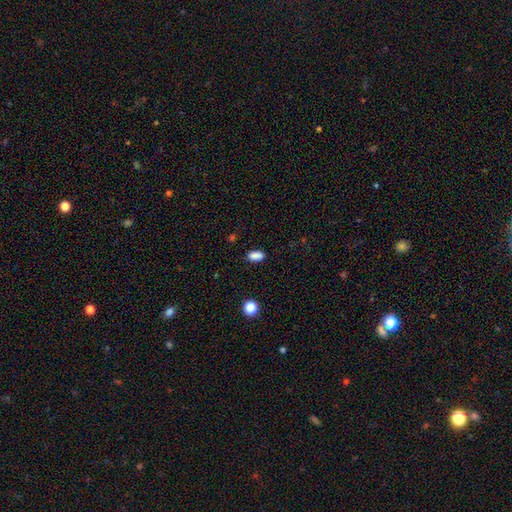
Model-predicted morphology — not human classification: The model was most divided on "merging": none: 82%, minor disturbance: 13%, major disturbance: 3%, merger: 3%. More confident: how rounded — in between (86%); smooth or featured — smooth (85%).